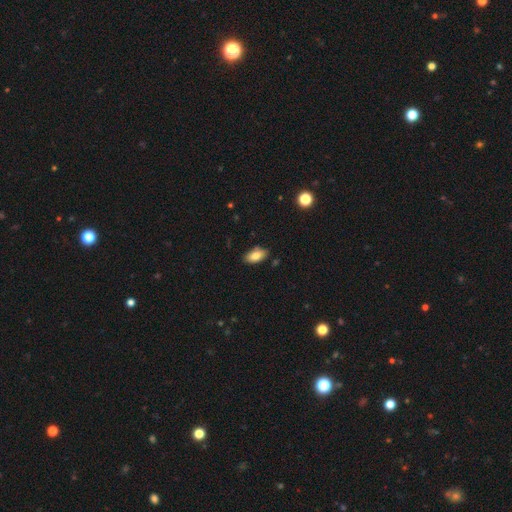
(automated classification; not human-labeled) smooth_or_featured: smooth (p=0.81) [alt: featured or disk p=0.12]
how_rounded: in between (p=0.92) [alt: cigar-shaped p=0.04]
merging: none (p=0.82) [alt: minor disturbance p=0.14]